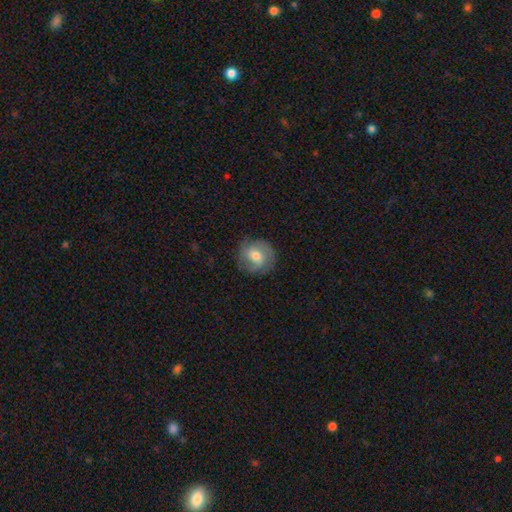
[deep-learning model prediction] Smooth or featured? featured or disk (52%)
Edge-on disk? no (97%)
Bar? weak (44%)
Spiral arms? yes (83%)
Bulge size? moderate (68%)
Merging? none (79%)